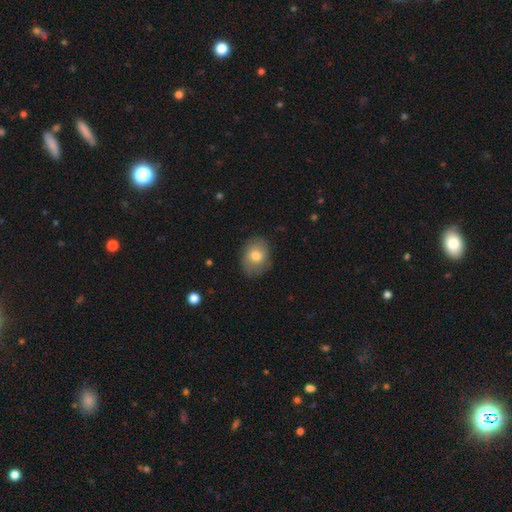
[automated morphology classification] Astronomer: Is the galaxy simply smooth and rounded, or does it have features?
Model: smooth — 75%.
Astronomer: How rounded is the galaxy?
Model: in between — 54% (runner-up: round, 45%).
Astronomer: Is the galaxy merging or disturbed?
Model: none — 79%.